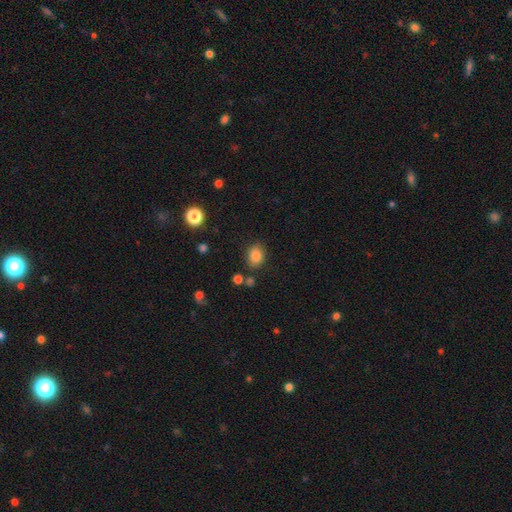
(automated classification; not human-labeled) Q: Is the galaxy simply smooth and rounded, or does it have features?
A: smooth — 84%.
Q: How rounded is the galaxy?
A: in between — 57%.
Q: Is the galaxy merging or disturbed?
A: none — 79%.